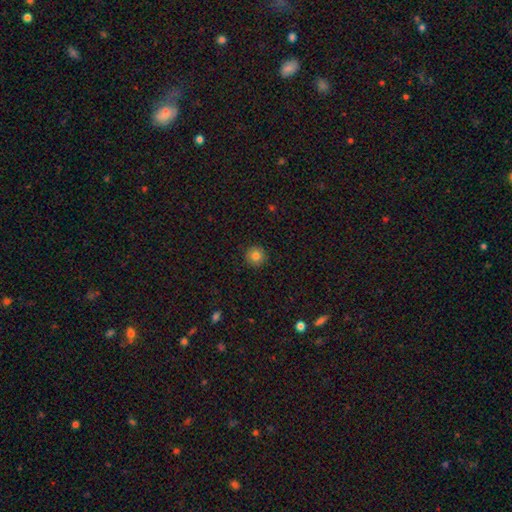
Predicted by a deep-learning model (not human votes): smooth_or_featured: smooth (p=0.83) [alt: star or artifact p=0.11]
how_rounded: round (p=0.95) [alt: in between p=0.04]
merging: none (p=0.92) [alt: minor disturbance p=0.06]